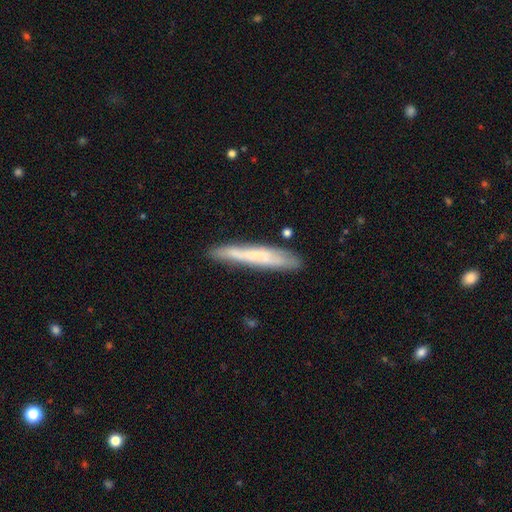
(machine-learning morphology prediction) Smooth or featured?
  - smooth: 56% *
  - featured or disk: 37%
  - star or artifact: 7%
How rounded?
  - cigar-shaped: 94% *
  - in between: 5%
  - round: 1%
Merging?
  - none: 79% *
  - minor disturbance: 15%
  - major disturbance: 3%
  - merger: 3%